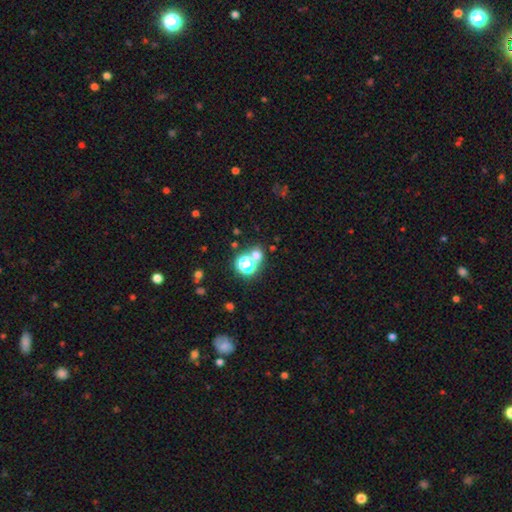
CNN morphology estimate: Q: Smooth or featured?
A: smooth (57%); runner-up: star or artifact (35%)
Q: How rounded?
A: round (81%); runner-up: in between (18%)
Q: Merging?
A: none (63%); runner-up: merger (25%)